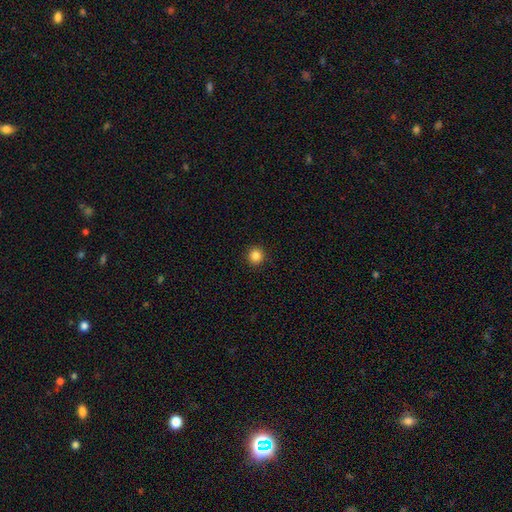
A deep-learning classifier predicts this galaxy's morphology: This appears to be a smooth galaxy with no disk features (85%) that is round (94%). Merging: none (93%).